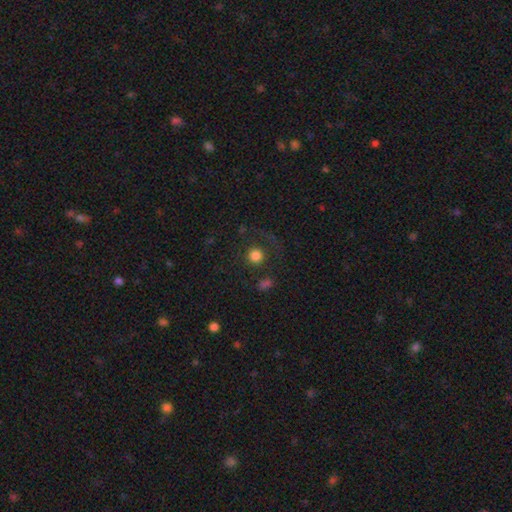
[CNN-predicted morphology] Smooth or featured?
  - smooth: 78% *
  - star or artifact: 14%
  - featured or disk: 8%
How rounded?
  - round: 93% *
  - in between: 6%
  - cigar-shaped: 1%
Merging?
  - none: 74% *
  - minor disturbance: 10%
  - major disturbance: 10%
  - merger: 5%